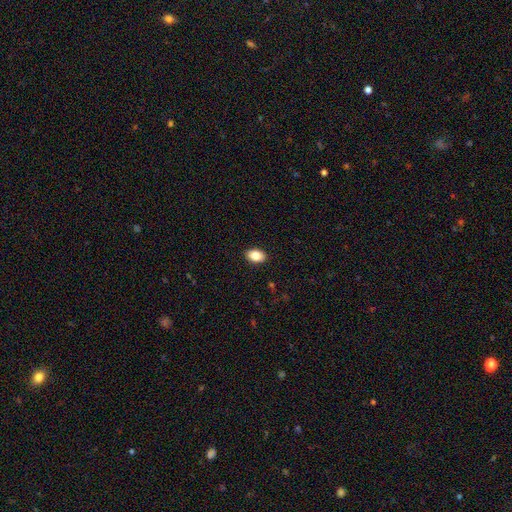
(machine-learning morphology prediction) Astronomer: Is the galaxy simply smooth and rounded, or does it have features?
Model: smooth — 86%.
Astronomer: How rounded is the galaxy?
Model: in between — 86%.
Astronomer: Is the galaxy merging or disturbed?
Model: none — 90%.